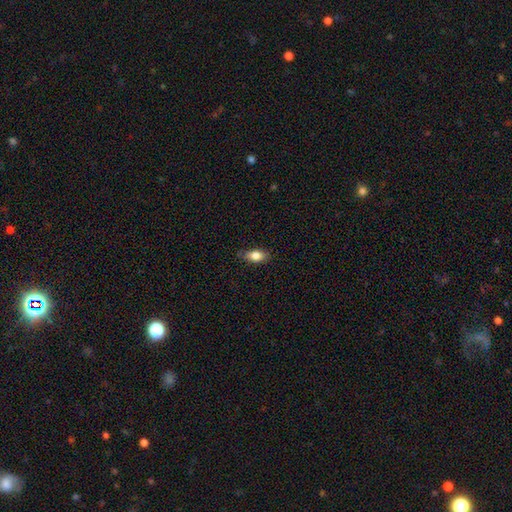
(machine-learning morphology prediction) smooth_or_featured: smooth (p=0.80) [alt: featured or disk p=0.12]
how_rounded: in between (p=0.83) [alt: cigar-shaped p=0.10]
merging: none (p=0.80) [alt: minor disturbance p=0.16]